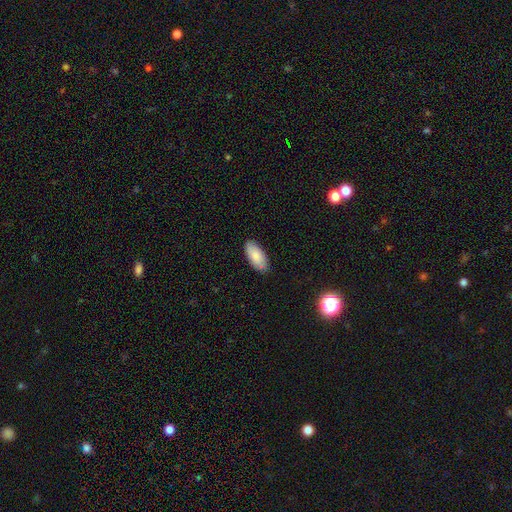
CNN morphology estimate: The model was most divided on "merging": none: 82%, minor disturbance: 15%, major disturbance: 2%, merger: 1%. More confident: how rounded — in between (91%); smooth or featured — smooth (83%).